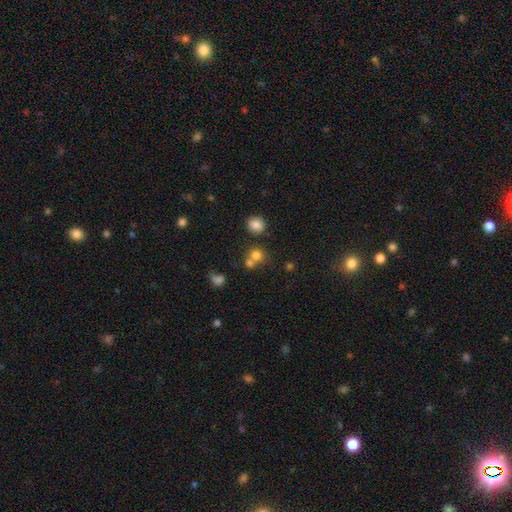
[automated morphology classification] This appears to be a smooth galaxy with no disk features (75%) that is round (86%). Merging: none (54%).